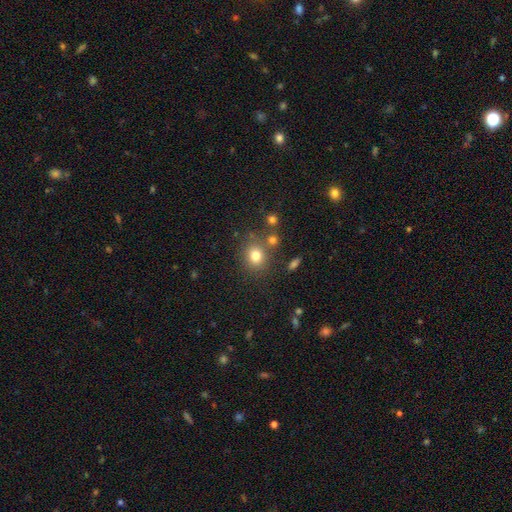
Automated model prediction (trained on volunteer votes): Morphology: type=smooth (78%); roundness=round (76%); merging=none (75%).